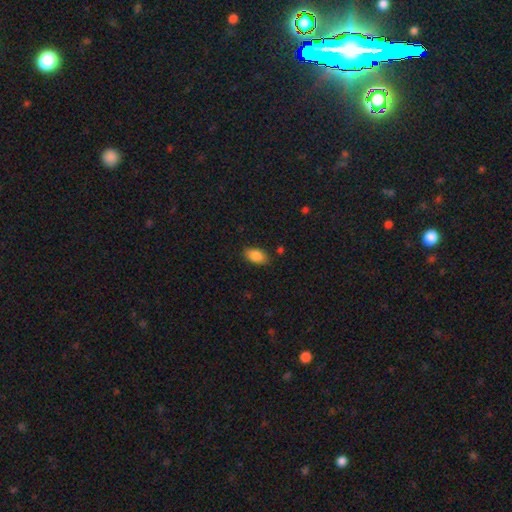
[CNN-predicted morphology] A smooth galaxy with no disk features (85%) that is in between round and cigar-shaped (90%). Merging: none (84%).